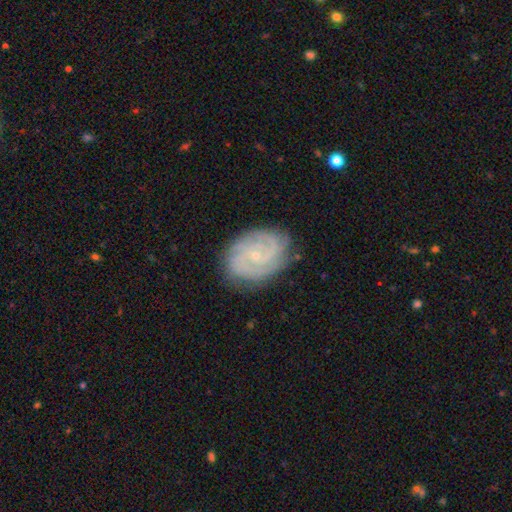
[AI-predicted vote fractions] Smooth or featured?
  - featured or disk: 82% *
  - smooth: 11%
  - star or artifact: 7%
Edge-on disk?
  - no: 97% *
  - yes: 3%
Bar?
  - no: 67% *
  - weak: 28%
  - strong: 5%
Spiral arms?
  - yes: 96% *
  - no: 4%
Spiral winding?
  - tight: 65% *
  - medium: 29%
  - loose: 6%
Spiral arm count?
  - 2: 30% *
  - 3: 25%
  - can't tell: 23%
  - 4: 11%
  - more than 4: 6%
  - 1: 6%
Bulge size?
  - small: 81% *
  - moderate: 14%
  - none: 2%
  - large: 1%
  - dominant: 1%
Merging?
  - none: 81% *
  - minor disturbance: 14%
  - major disturbance: 4%
  - merger: 1%